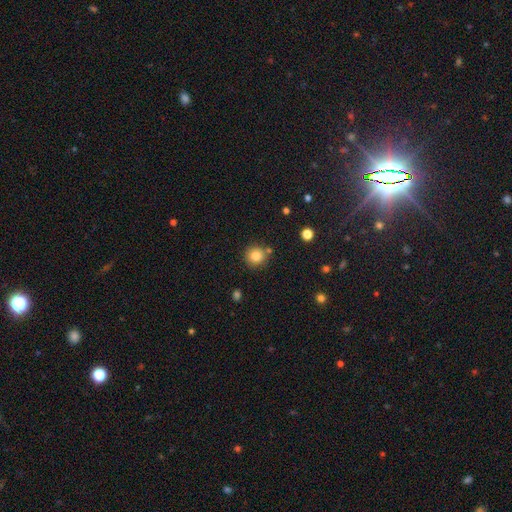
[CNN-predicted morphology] Overall: smooth (84%). How rounded: round (93%). Merging: none (80%).